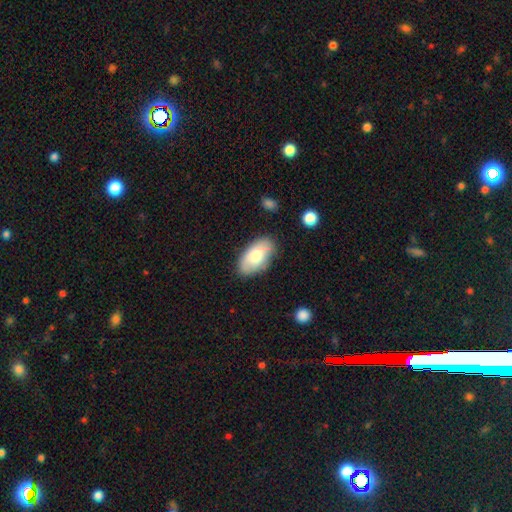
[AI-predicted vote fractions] This appears to be a smooth galaxy with no disk features (76%) that is in between round and cigar-shaped (95%). Merging: none (78%).